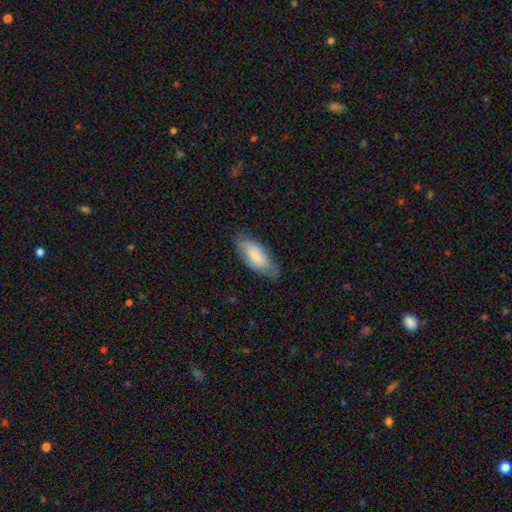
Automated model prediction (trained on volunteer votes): Overall: smooth (68%). How rounded: in between (86%). Merging: none (68%).